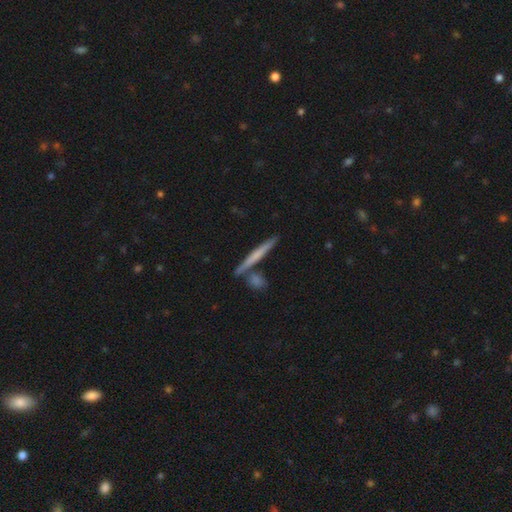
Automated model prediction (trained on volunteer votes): This appears to be a smooth galaxy with no disk features (51%) that is cigar-shaped (94%). Merging: none (80%).